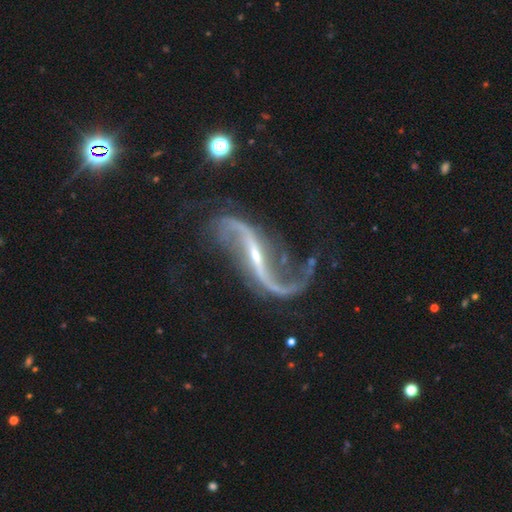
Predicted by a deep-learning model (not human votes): smooth_or_featured: featured or disk (p=0.92) [alt: star or artifact p=0.05]
disk_edge_on: no (p=0.93) [alt: yes p=0.07]
bar: strong (p=0.57) [alt: weak p=0.28]
has_spiral_arms: yes (p=0.97) [alt: no p=0.03]
spiral_winding: loose (p=0.89) [alt: medium p=0.08]
spiral_arm_count: 2 (p=0.93) [alt: 1 p=0.03]
bulge_size: small (p=0.75) [alt: moderate p=0.18]
merging: none (p=0.64) [alt: minor disturbance p=0.17]